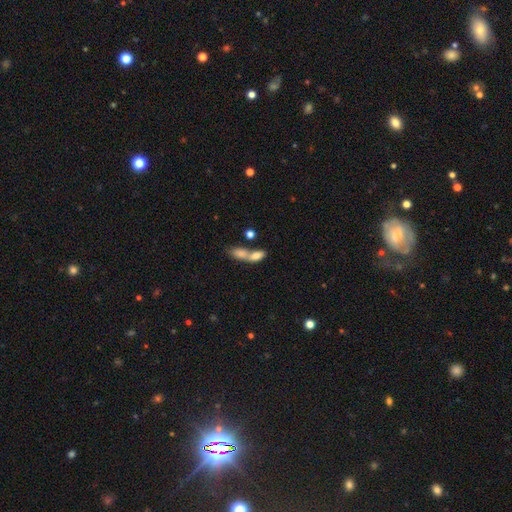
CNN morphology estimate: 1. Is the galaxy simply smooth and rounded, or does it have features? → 75% smooth, 17% featured or disk, 9% star or artifact.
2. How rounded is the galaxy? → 76% in between, 15% cigar-shaped, 9% round.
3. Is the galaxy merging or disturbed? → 69% merger, 19% none, 7% minor disturbance, 5% major disturbance.